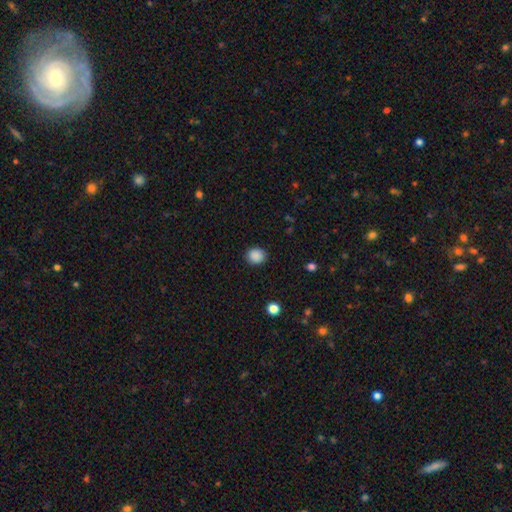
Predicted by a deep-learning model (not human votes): This is clearly a smooth galaxy (88%). How rounded: clearly round (80%). Merging: clearly none (90%).